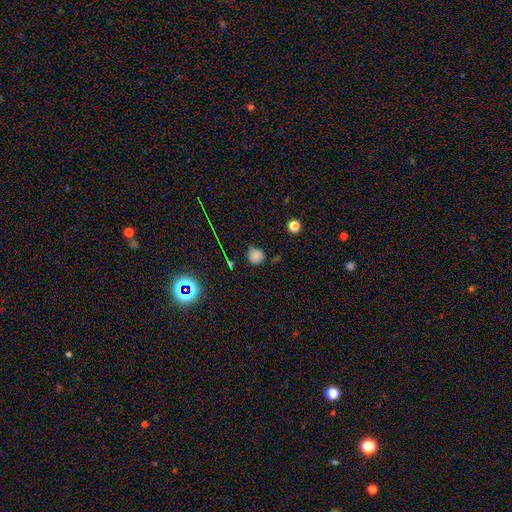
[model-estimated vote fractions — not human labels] Overall: smooth (73%). How rounded: round (87%). Merging: none (69%).